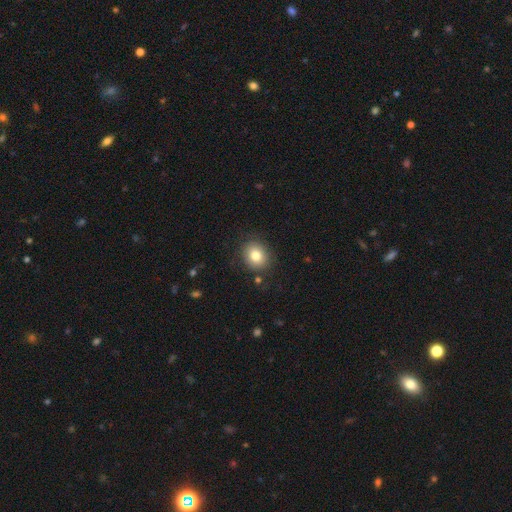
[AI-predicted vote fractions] This is clearly a smooth galaxy (80%). How rounded: likely round (67%). Merging: clearly none (86%).